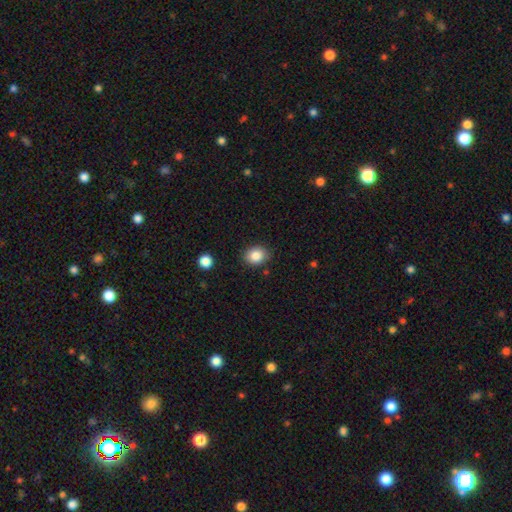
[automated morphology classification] smooth_or_featured: smooth (p=0.85) [alt: star or artifact p=0.09]
how_rounded: round (p=0.55) [alt: in between p=0.44]
merging: none (p=0.85) [alt: minor disturbance p=0.10]